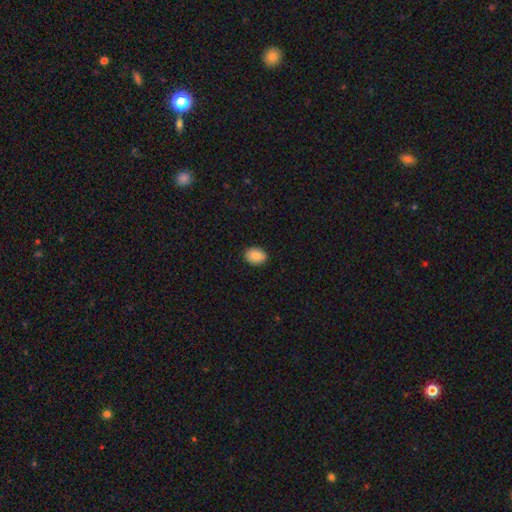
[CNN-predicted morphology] smooth 87%, star or artifact 7%, featured or disk 6%. Down the decision tree: how rounded — in between (70%); merging — none (90%).